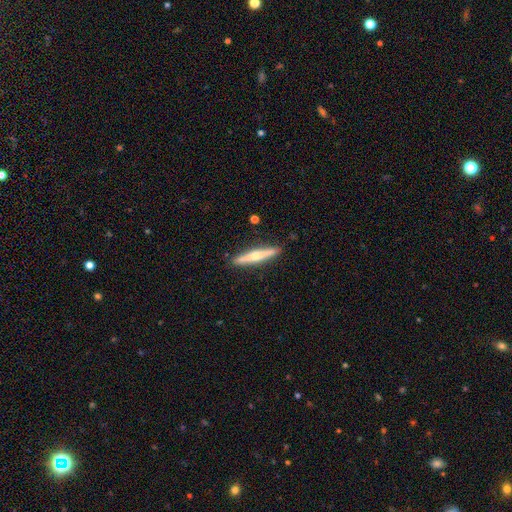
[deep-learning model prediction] The model was most divided on "smooth or featured": featured or disk: 56%, smooth: 39%, star or artifact: 5%. More confident: edge-on disk — yes (97%); merging — none (90%); edge-on bulge — rounded (86%).